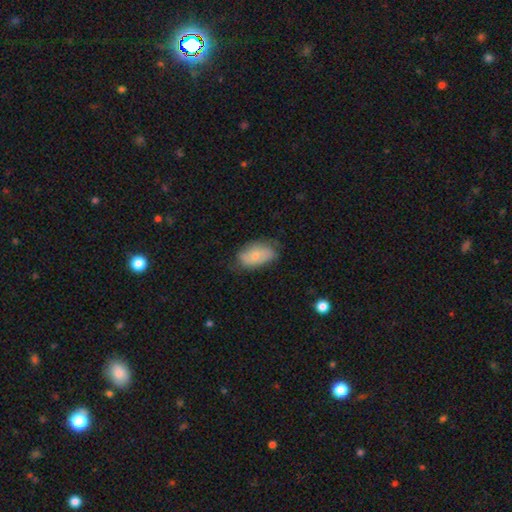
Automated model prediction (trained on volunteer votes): This is likely a smooth galaxy (70%). How rounded: clearly in between (92%). Merging: likely none (61%).